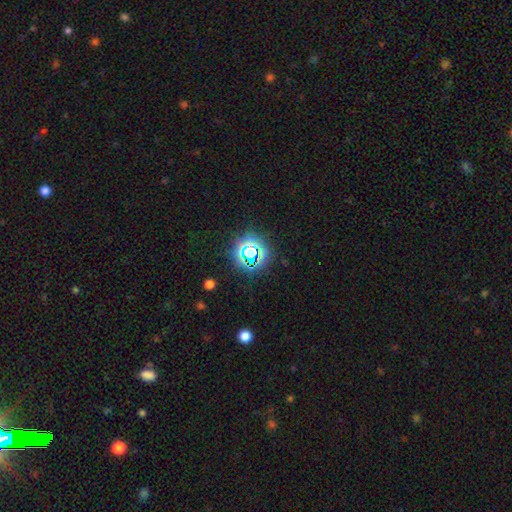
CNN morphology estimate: Q: Smooth or featured?
A: star or artifact (75%); runner-up: smooth (16%)